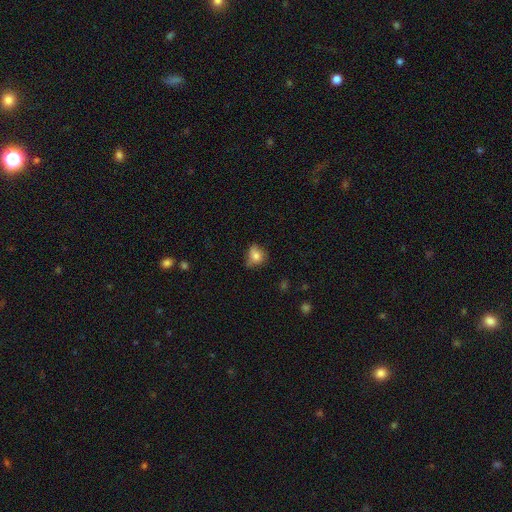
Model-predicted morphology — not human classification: smooth-or-featured: smooth: 75% | featured or disk: 14% | star or artifact: 11%
  how-rounded: round: 65% | in between: 34% | cigar-shaped: 1%
  merging: none: 52% | minor disturbance: 34% | major disturbance: 10% | merger: 4%